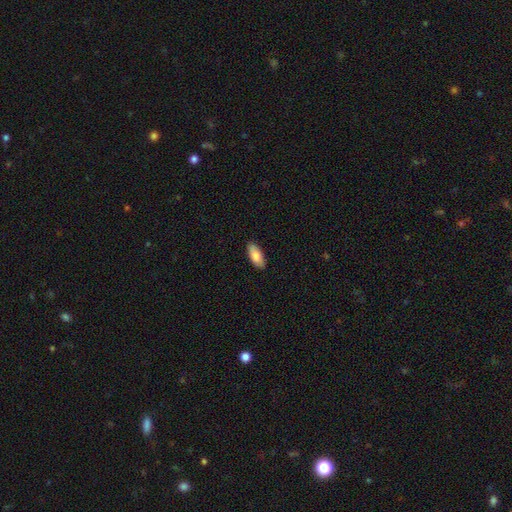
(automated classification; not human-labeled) A smooth galaxy with no disk features (82%) that is in between round and cigar-shaped (84%).

Vote fractions:
- Smooth or featured? smooth: 82% / featured or disk: 13% / star or artifact: 6%
- How rounded? in between: 84% / cigar-shaped: 14% / round: 2%
- Merging? none: 89% / minor disturbance: 9% / major disturbance: 2% / merger: 1%